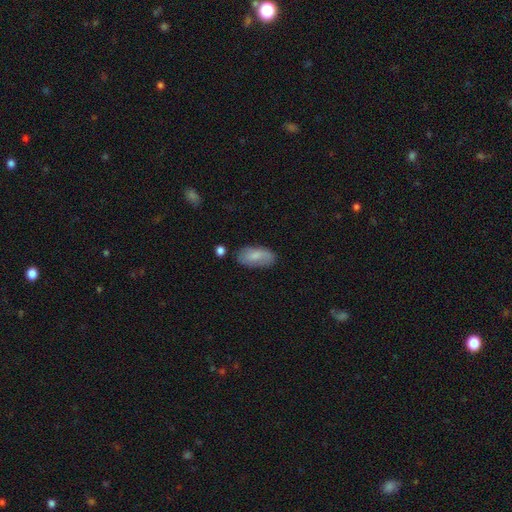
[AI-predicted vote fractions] Smooth or featured?
  - smooth: 80% *
  - featured or disk: 14%
  - star or artifact: 7%
How rounded?
  - in between: 92% *
  - cigar-shaped: 5%
  - round: 2%
Merging?
  - none: 73% *
  - minor disturbance: 19%
  - major disturbance: 4%
  - merger: 3%